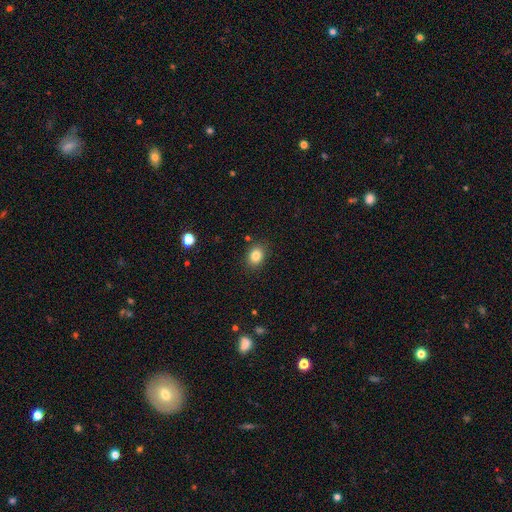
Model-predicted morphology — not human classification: smooth 83%, star or artifact 11%, featured or disk 6%. Down the decision tree: how rounded — in between (50%); merging — none (87%).